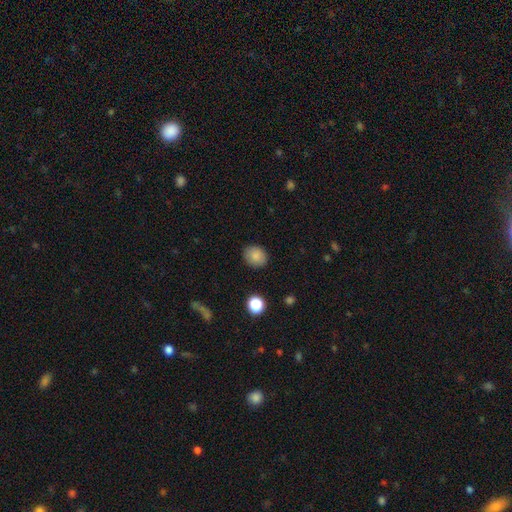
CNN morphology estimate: A smooth galaxy with no disk features (85%) that is round (60%). Merging: none (87%).